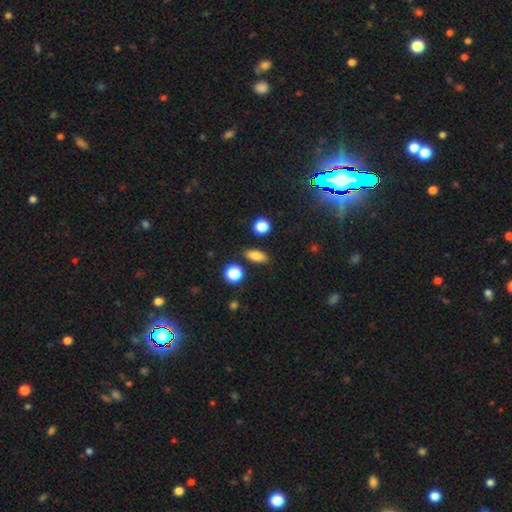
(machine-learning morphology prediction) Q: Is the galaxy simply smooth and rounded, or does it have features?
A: smooth — 80%.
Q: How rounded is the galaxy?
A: in between — 73%.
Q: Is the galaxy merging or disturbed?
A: none — 85%.